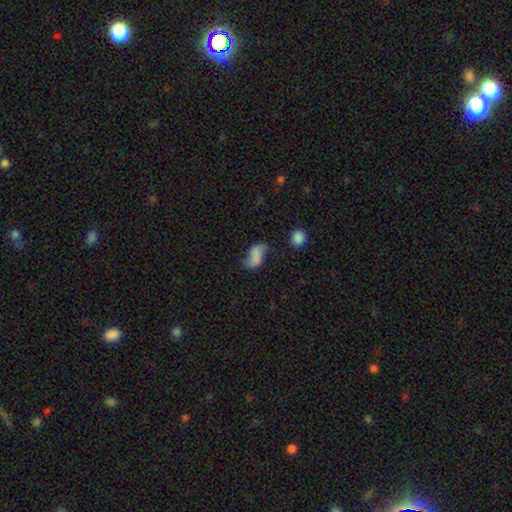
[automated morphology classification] This is likely a smooth galaxy (60%). How rounded: clearly in between (89%). Merging: possibly none (48%).